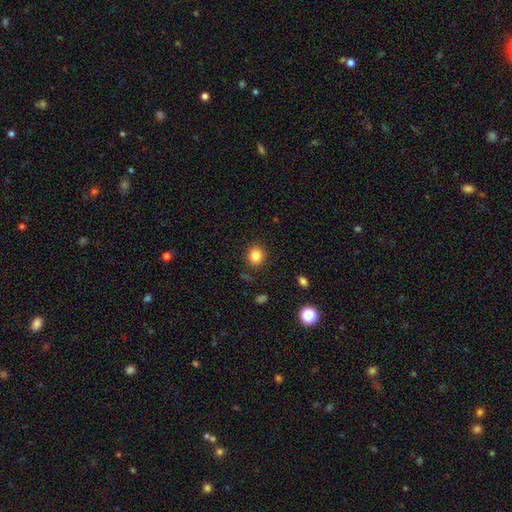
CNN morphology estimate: This is clearly a smooth galaxy (83%). How rounded: clearly round (81%). Merging: clearly none (87%).